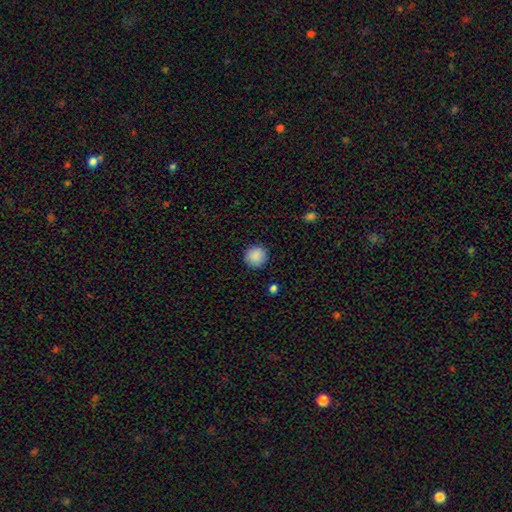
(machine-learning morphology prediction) This appears to be a smooth galaxy with no disk features (89%) that is round (94%). Merging: none (91%).